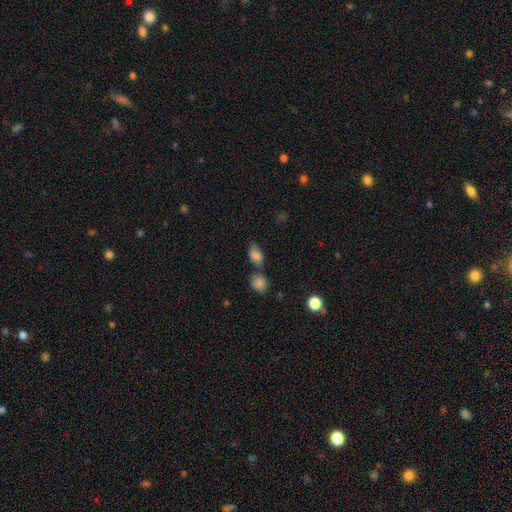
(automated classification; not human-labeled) Q: Smooth or featured?
A: smooth (82%); runner-up: star or artifact (10%)
Q: How rounded?
A: in between (85%); runner-up: round (12%)
Q: Merging?
A: none (48%); runner-up: merger (31%)